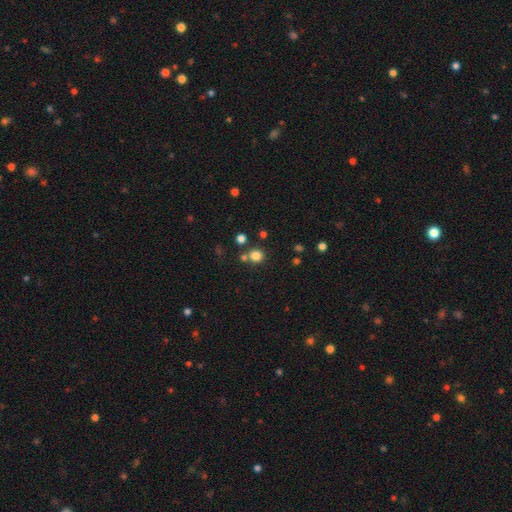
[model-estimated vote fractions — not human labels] Overall: smooth (79%). How rounded: round (90%). Merging: none (72%).